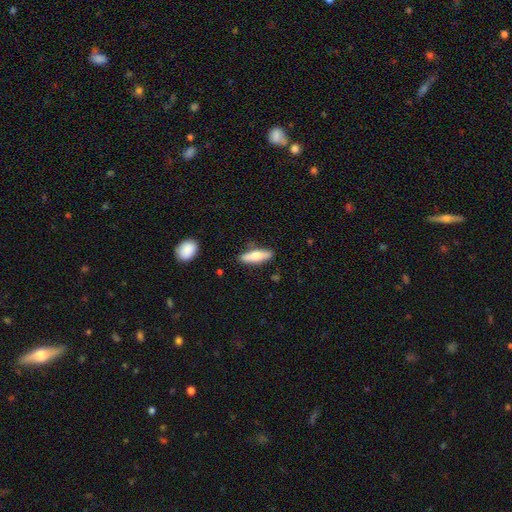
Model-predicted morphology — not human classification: A smooth galaxy with no disk features (61%) that is cigar-shaped (59%).

Vote fractions:
- Smooth or featured? smooth: 61% / featured or disk: 33% / star or artifact: 6%
- How rounded? cigar-shaped: 59% / in between: 39% / round: 2%
- Merging? none: 83% / minor disturbance: 11% / merger: 3% / major disturbance: 2%